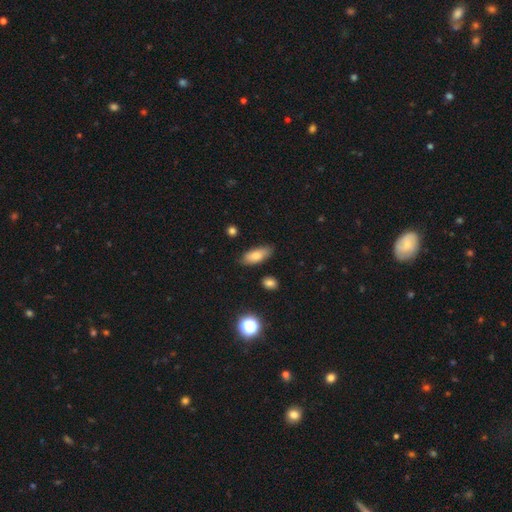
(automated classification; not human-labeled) A smooth galaxy with no disk features (79%) that is in between round and cigar-shaped (81%).

Vote fractions:
- Smooth or featured? smooth: 79% / featured or disk: 13% / star or artifact: 8%
- How rounded? in between: 81% / cigar-shaped: 16% / round: 3%
- Merging? none: 79% / minor disturbance: 16% / major disturbance: 3% / merger: 2%